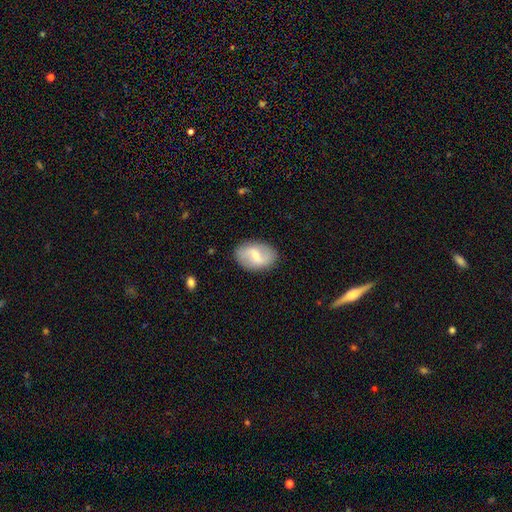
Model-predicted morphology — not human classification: smooth-or-featured: featured or disk: 59% | smooth: 35% | star or artifact: 6%
  disk-edge-on: no: 96% | yes: 4%
    bar: weak: 56% | strong: 25% | no: 19%
    has-spiral-arms: yes: 77% | no: 23%
    bulge-size: small: 48% | moderate: 45% | none: 4% | large: 3% | dominant: 1%
  merging: none: 85% | minor disturbance: 11% | major disturbance: 3% | merger: 1%